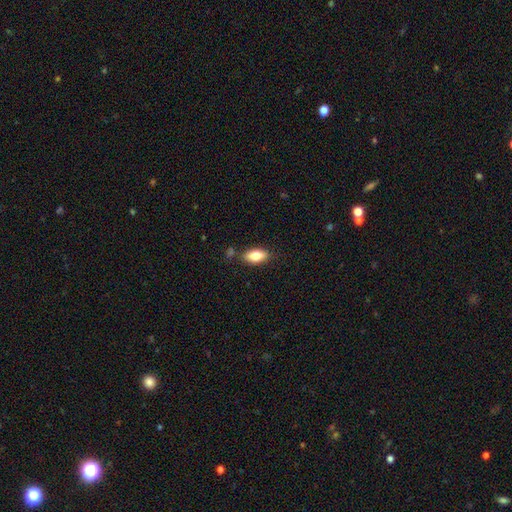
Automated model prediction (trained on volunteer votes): smooth_or_featured: smooth (p=0.81) [alt: featured or disk p=0.12]
how_rounded: in between (p=0.90) [alt: cigar-shaped p=0.06]
merging: none (p=0.78) [alt: minor disturbance p=0.13]